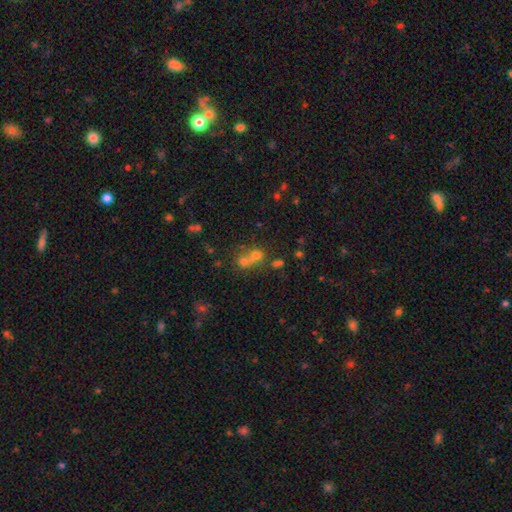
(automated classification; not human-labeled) Smooth or featured: smooth — 61% (star or artifact — 21%)
How rounded: round — 78% (in between — 21%)
Merging: merger — 58% (none — 32%)